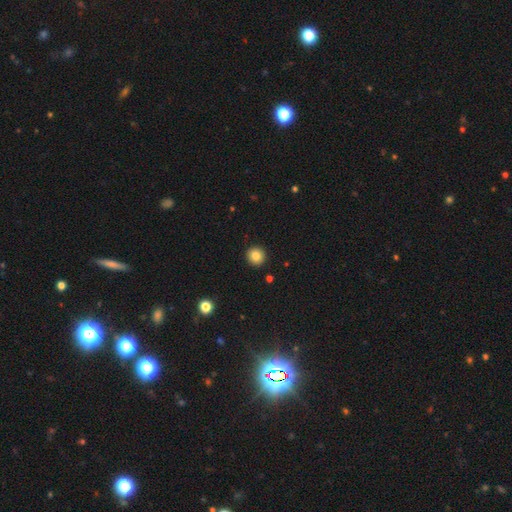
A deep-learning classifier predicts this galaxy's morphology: smooth-or-featured: smooth: 84% | star or artifact: 10% | featured or disk: 7%
  how-rounded: round: 94% | in between: 5% | cigar-shaped: 1%
  merging: none: 93% | minor disturbance: 4% | major disturbance: 1% | merger: 1%